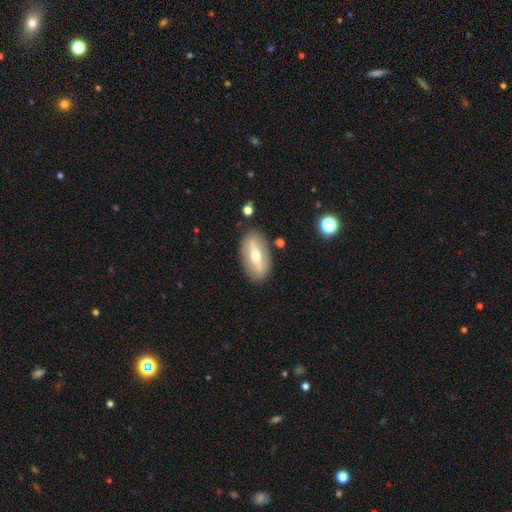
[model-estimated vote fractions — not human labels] Overall: smooth (47%; featured or disk 46%). Merging: none (85%).